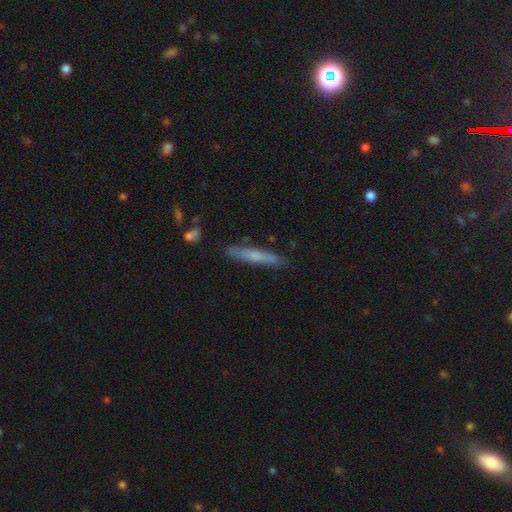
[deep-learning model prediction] Q: Smooth or featured?
A: smooth (56%); runner-up: featured or disk (37%)
Q: How rounded?
A: cigar-shaped (95%); runner-up: in between (4%)
Q: Merging?
A: none (85%); runner-up: minor disturbance (11%)